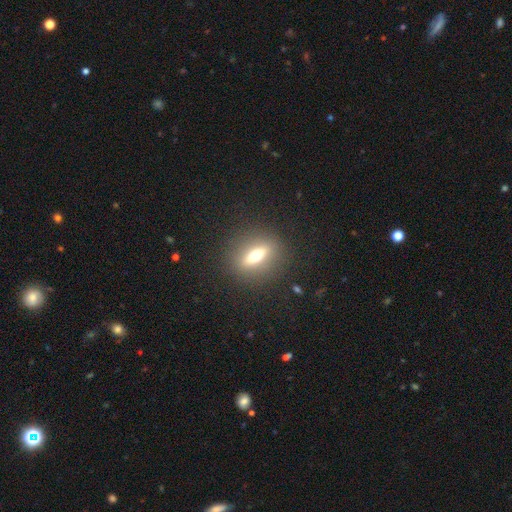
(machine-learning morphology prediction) smooth 47%, featured or disk 41%, star or artifact 12%. Down the decision tree: merging — none (86%).